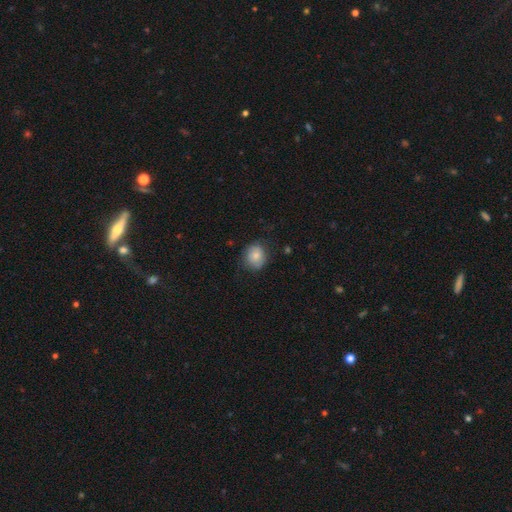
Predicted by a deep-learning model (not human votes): This appears to be a smooth galaxy with no disk features (79%) that is round (72%). Merging: none (74%).